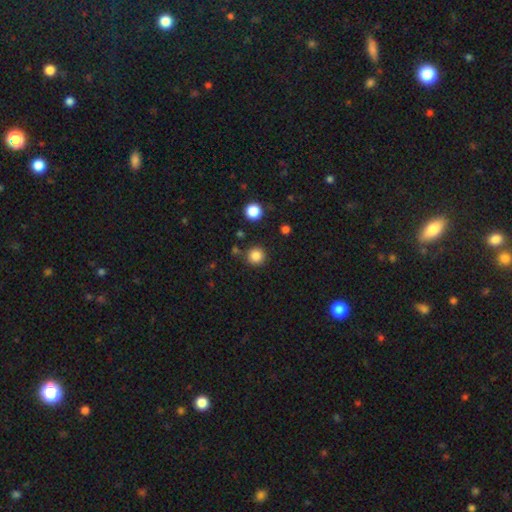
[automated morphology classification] type=smooth (84%); roundness=round (95%); merging=none (87%).